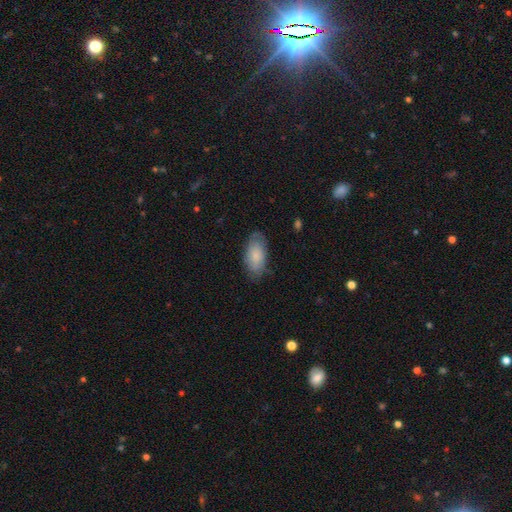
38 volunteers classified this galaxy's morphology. A smooth galaxy with no disk features (92%) that is in between round and cigar-shaped (91%).

Vote fractions:
- Smooth or featured? smooth: 92% / featured or disk: 5% / star or artifact: 3%
- How rounded? in between: 91% / cigar-shaped: 9% / round: 0%
- Merging? none: 70% / minor disturbance: 19% / major disturbance: 11% / merger: 0%